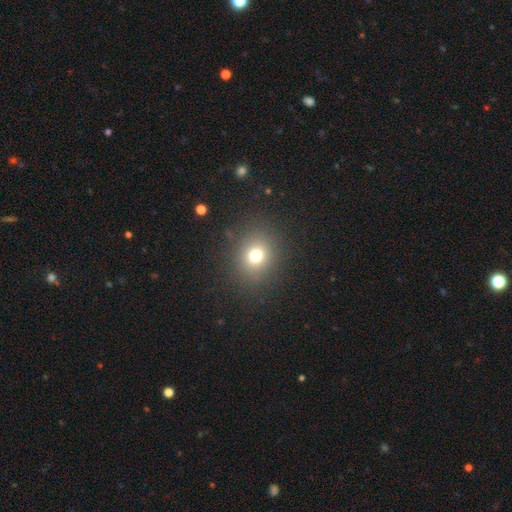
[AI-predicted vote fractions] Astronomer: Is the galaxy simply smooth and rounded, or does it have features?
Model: smooth — 72%.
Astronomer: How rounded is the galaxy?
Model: round — 71%.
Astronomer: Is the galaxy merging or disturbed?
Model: none — 86%.